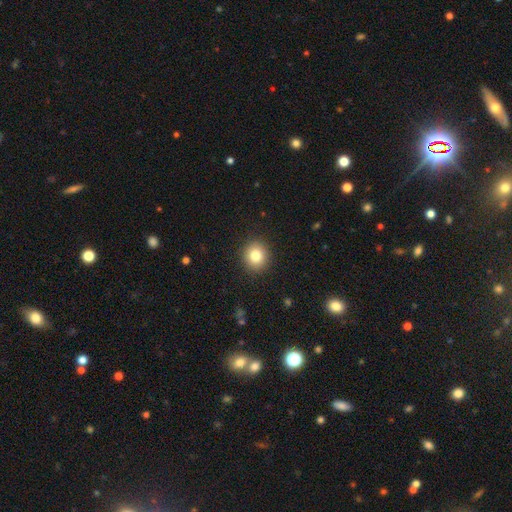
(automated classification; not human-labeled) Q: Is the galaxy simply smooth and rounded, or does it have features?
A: smooth — 82%.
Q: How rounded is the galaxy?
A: round — 85%.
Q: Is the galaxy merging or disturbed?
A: none — 91%.